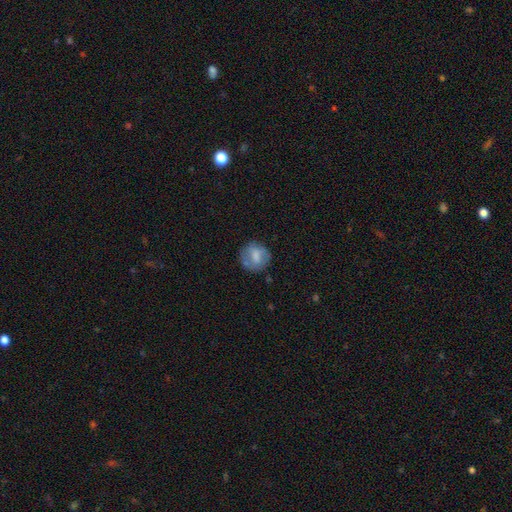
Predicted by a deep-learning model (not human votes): Morphology: type=smooth (62%); roundness=round (84%); merging=none (69%).